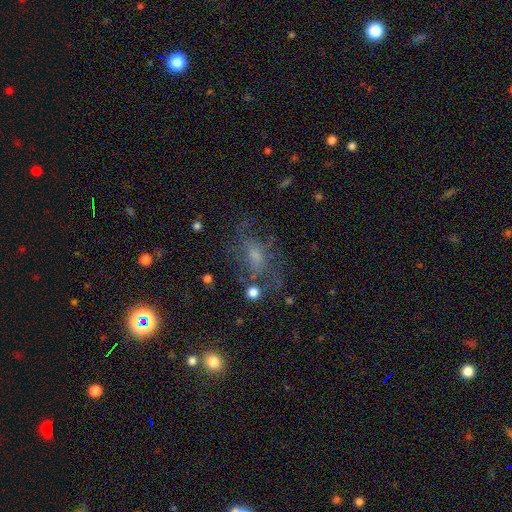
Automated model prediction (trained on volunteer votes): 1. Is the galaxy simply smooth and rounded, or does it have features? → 47% featured or disk, 36% smooth, 16% star or artifact.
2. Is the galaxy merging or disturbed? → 46% none, 28% major disturbance, 21% minor disturbance, 6% merger.